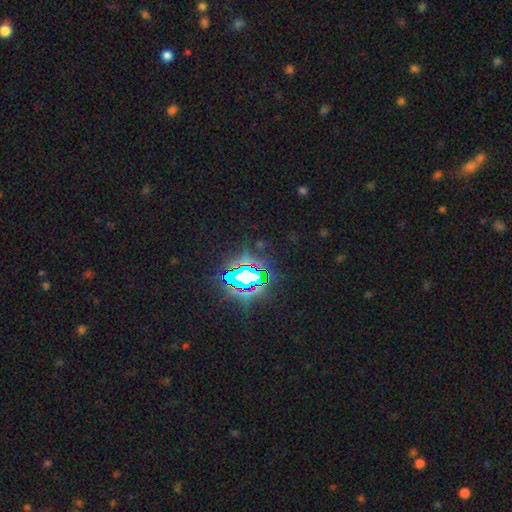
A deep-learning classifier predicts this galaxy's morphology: A star or artifact, not a galaxy (84%).